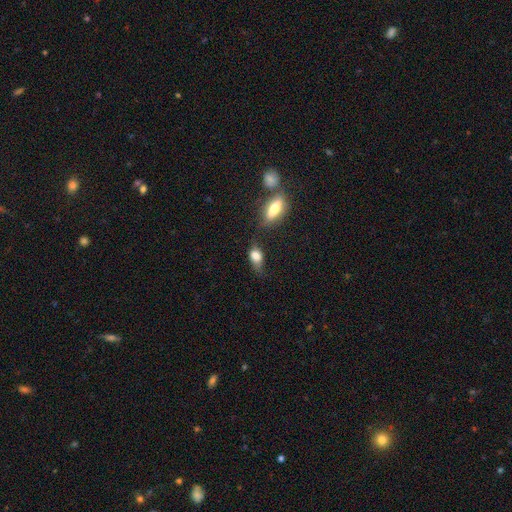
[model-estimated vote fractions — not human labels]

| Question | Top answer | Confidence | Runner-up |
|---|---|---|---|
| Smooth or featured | smooth | 75% | featured or disk (15%) |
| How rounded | in between | 77% | round (15%) |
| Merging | none | 40% | minor disturbance (35%) |